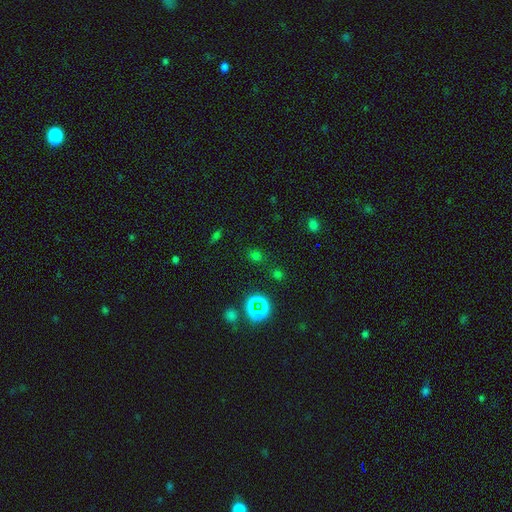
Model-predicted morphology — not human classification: Smooth or featured? Predicted: smooth (p=0.47, tied with star or artifact). Merging? Predicted: none (p=0.76).